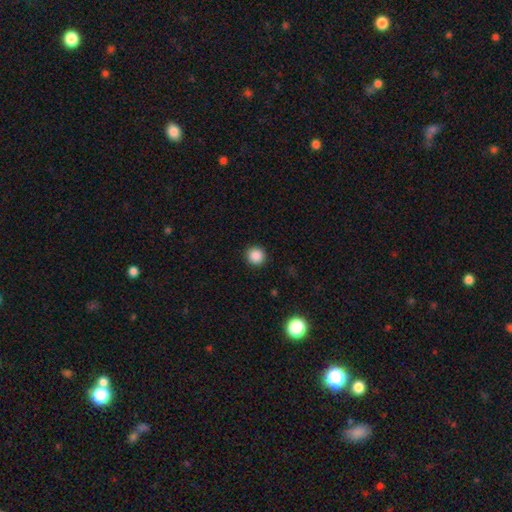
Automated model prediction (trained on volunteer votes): The model was most divided on "smooth or featured": smooth: 87%, star or artifact: 10%, featured or disk: 3%. More confident: how rounded — round (95%); merging — none (92%).